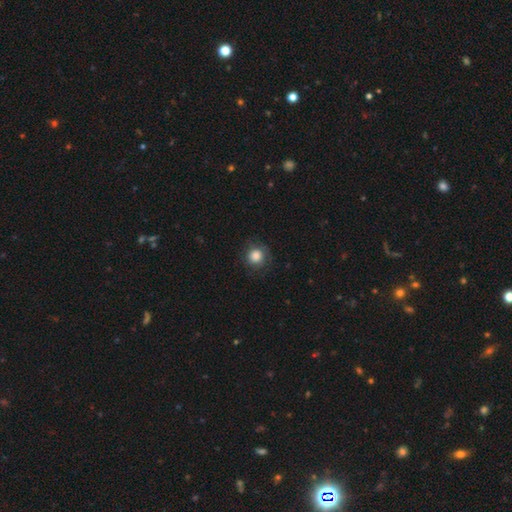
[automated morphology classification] This is clearly a smooth galaxy (82%). How rounded: clearly round (92%). Merging: likely none (78%).